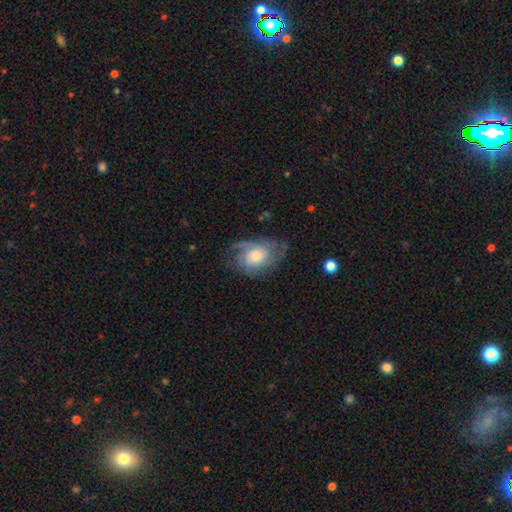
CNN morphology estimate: smooth_or_featured: featured or disk (p=0.71) [alt: smooth p=0.22]
disk_edge_on: no (p=0.96) [alt: yes p=0.04]
bar: no (p=0.76) [alt: weak p=0.21]
has_spiral_arms: yes (p=0.89) [alt: no p=0.11]
spiral_winding: tight (p=0.45) [alt: medium p=0.38]
spiral_arm_count: can't tell (p=0.35) [alt: 2 p=0.28]
bulge_size: moderate (p=0.57) [alt: large p=0.20]
merging: none (p=0.63) [alt: minor disturbance p=0.23]